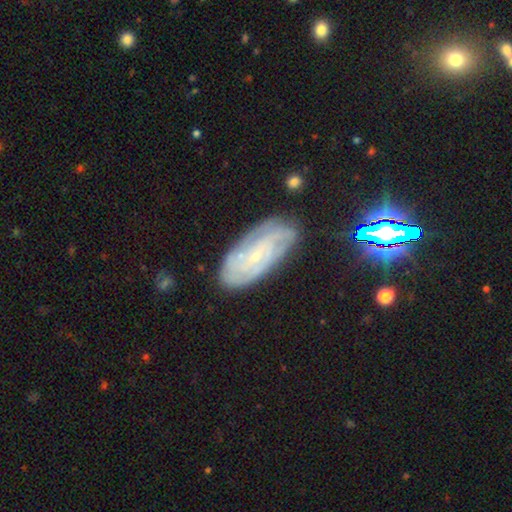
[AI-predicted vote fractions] Smooth or featured: featured or disk — 75% (smooth — 15%)
Edge-on disk: no — 93% (yes — 7%)
Bar: no — 67% (weak — 27%)
Spiral arms: yes — 93% (no — 7%)
Spiral winding: tight — 70% (medium — 24%)
Spiral arm count: can't tell — 43% (2 — 16%)
Bulge size: small — 83% (moderate — 12%)
Merging: none — 78% (minor disturbance — 17%)